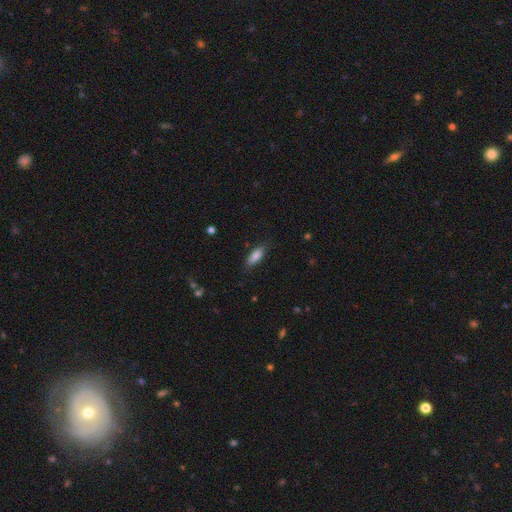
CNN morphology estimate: This appears to be a smooth galaxy with no disk features (83%) that is in between round and cigar-shaped (65%). Merging: none (81%).